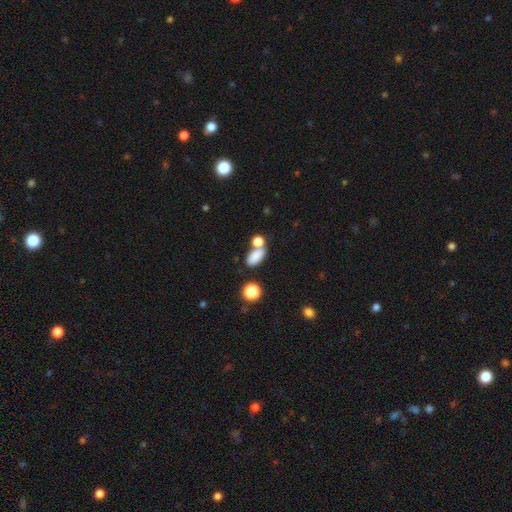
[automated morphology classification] type=smooth (82%); roundness=in between (86%); merging=none (50%).